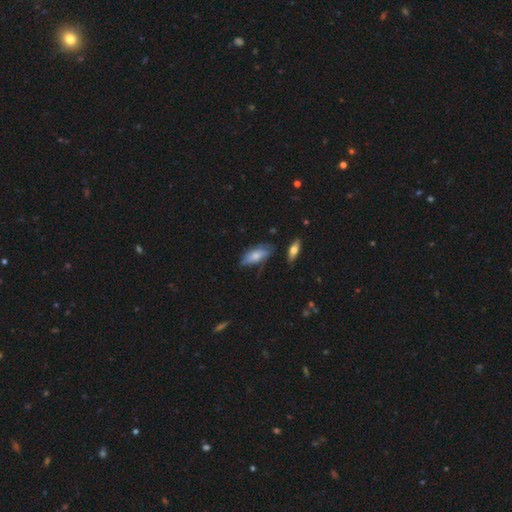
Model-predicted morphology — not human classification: Smooth or featured: smooth — 66% (featured or disk — 27%)
How rounded: in between — 83% (cigar-shaped — 15%)
Merging: none — 59% (minor disturbance — 29%)